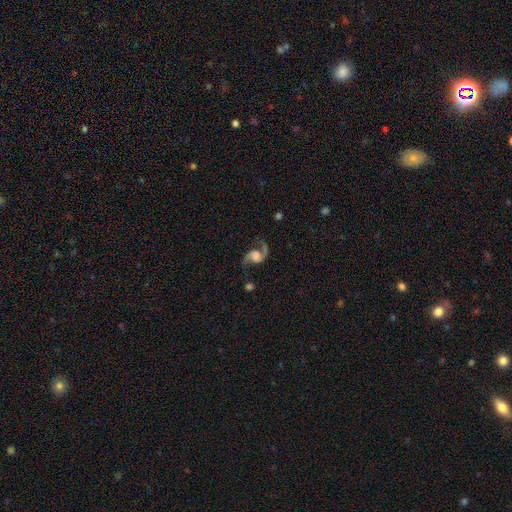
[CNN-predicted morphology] featured or disk 88%, smooth 6%, star or artifact 6%. Down the decision tree: edge-on disk — no (98%); bar — no (57%); spiral arms — yes (97%); spiral arm count — 2 (93%); spiral winding — loose (64%); bulge size — large (38%); merging — none (74%).